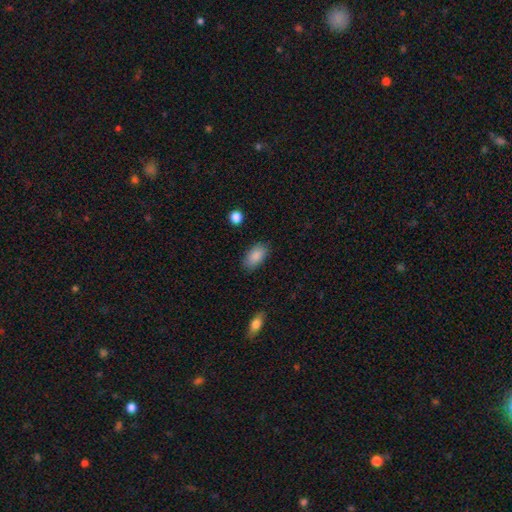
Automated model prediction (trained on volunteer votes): smooth 88%, star or artifact 7%, featured or disk 5%. Down the decision tree: how rounded — in between (93%); merging — none (85%).